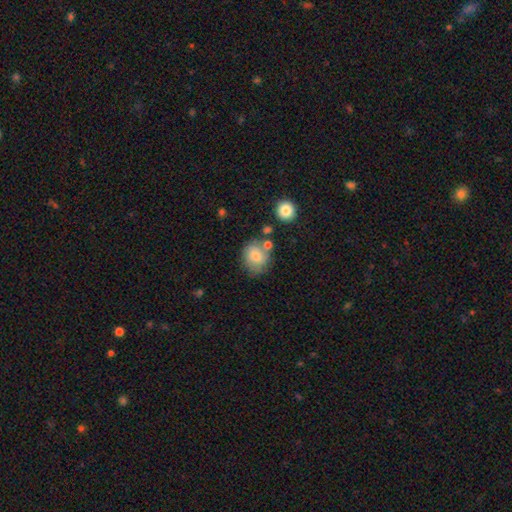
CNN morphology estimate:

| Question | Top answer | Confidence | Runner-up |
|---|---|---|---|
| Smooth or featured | smooth | 75% | featured or disk (17%) |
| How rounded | round | 72% | in between (27%) |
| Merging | none | 62% | minor disturbance (19%) |